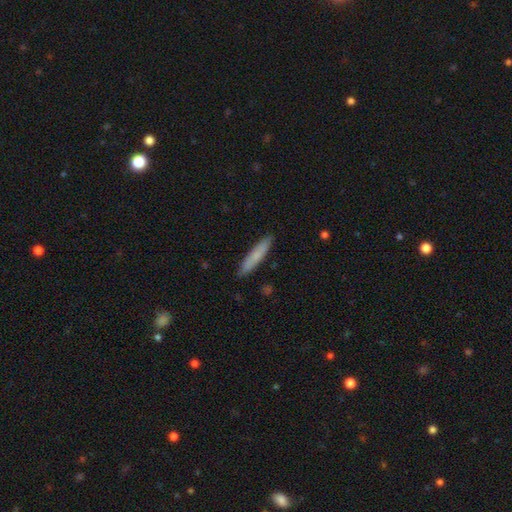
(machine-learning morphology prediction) smooth 73%, featured or disk 21%, star or artifact 6%. Down the decision tree: how rounded — cigar-shaped (90%); merging — none (89%).